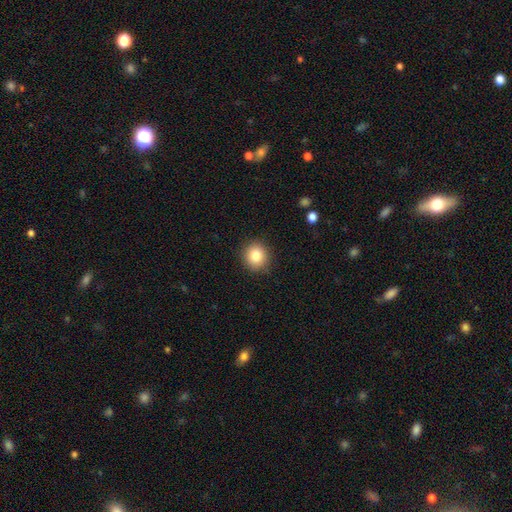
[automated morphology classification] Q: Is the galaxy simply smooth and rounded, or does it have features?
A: smooth — 83%.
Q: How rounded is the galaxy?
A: round — 89%.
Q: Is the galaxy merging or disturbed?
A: none — 90%.